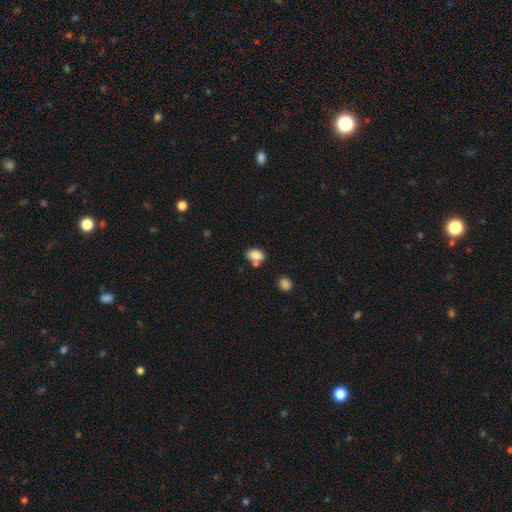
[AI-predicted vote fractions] Smooth or featured? Predicted: smooth (p=0.84). How rounded? Predicted: in between (p=0.82). Merging? Predicted: none (p=0.59).